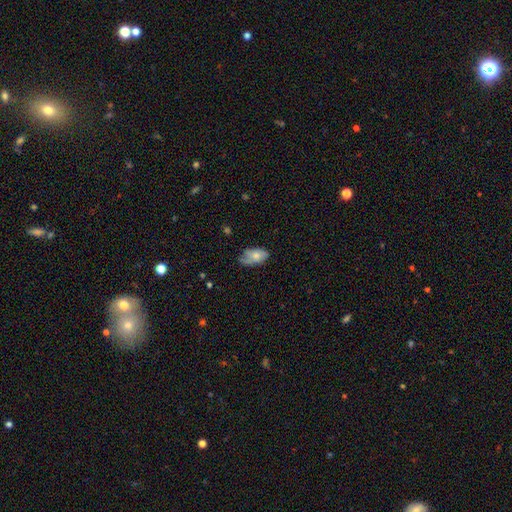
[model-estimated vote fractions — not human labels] smooth-or-featured: smooth: 62% | featured or disk: 31% | star or artifact: 7%
  how-rounded: in between: 92% | round: 5% | cigar-shaped: 3%
  merging: none: 49% | minor disturbance: 36% | major disturbance: 13% | merger: 2%